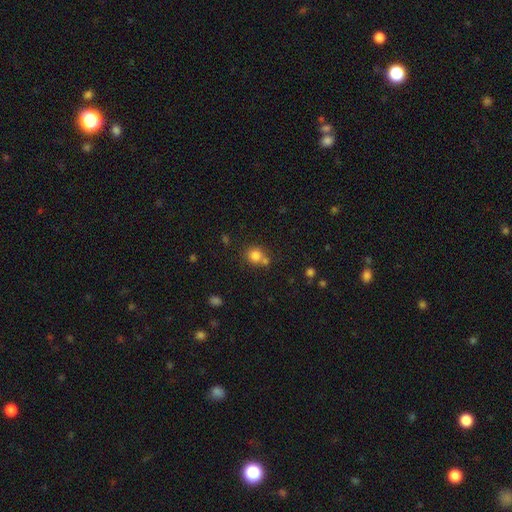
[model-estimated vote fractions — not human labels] Smooth or featured?
  - smooth: 80% *
  - star or artifact: 12%
  - featured or disk: 8%
How rounded?
  - round: 84% *
  - in between: 15%
  - cigar-shaped: 1%
Merging?
  - none: 56% *
  - merger: 31%
  - minor disturbance: 10%
  - major disturbance: 4%